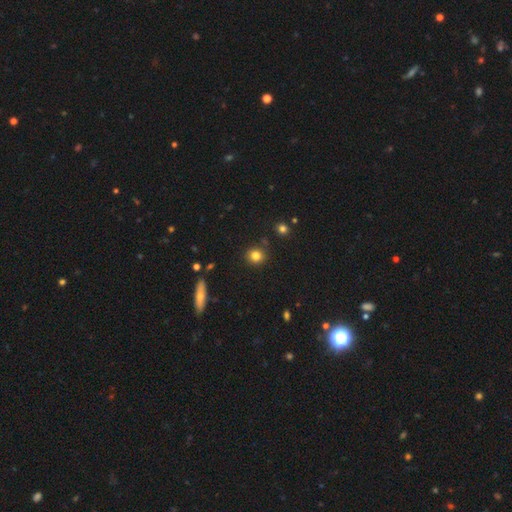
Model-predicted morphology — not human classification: A smooth galaxy with no disk features (82%) that is round (87%). Merging: none (86%).